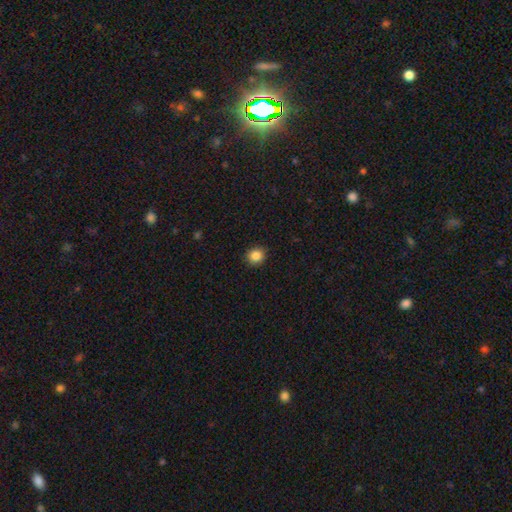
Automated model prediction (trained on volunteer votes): smooth_or_featured: smooth (p=0.86) [alt: star or artifact p=0.10]
how_rounded: round (p=0.84) [alt: in between p=0.15]
merging: none (p=0.91) [alt: minor disturbance p=0.06]